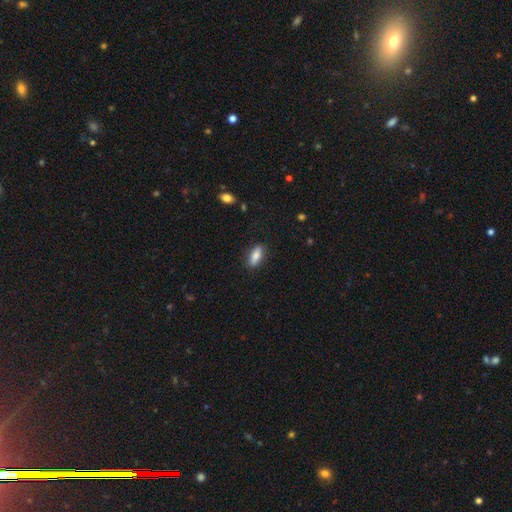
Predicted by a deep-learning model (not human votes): Smooth or featured?
  - smooth: 82% *
  - featured or disk: 11%
  - star or artifact: 7%
How rounded?
  - in between: 71% *
  - cigar-shaped: 26%
  - round: 3%
Merging?
  - none: 85% *
  - minor disturbance: 11%
  - major disturbance: 3%
  - merger: 1%